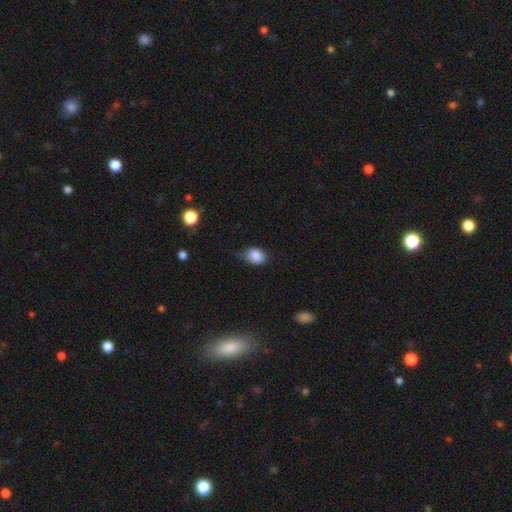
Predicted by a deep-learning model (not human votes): A smooth galaxy with no disk features (85%) that is in between round and cigar-shaped (66%).

Vote fractions:
- Smooth or featured? smooth: 85% / star or artifact: 8% / featured or disk: 6%
- How rounded? in between: 66% / round: 33% / cigar-shaped: 1%
- Merging? none: 54% / minor disturbance: 36% / major disturbance: 8% / merger: 2%